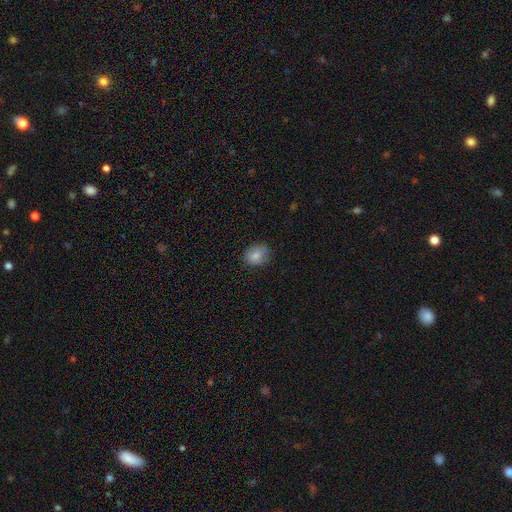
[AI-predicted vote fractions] Morphology: type=smooth (80%); roundness=round (58%); merging=none (77%).